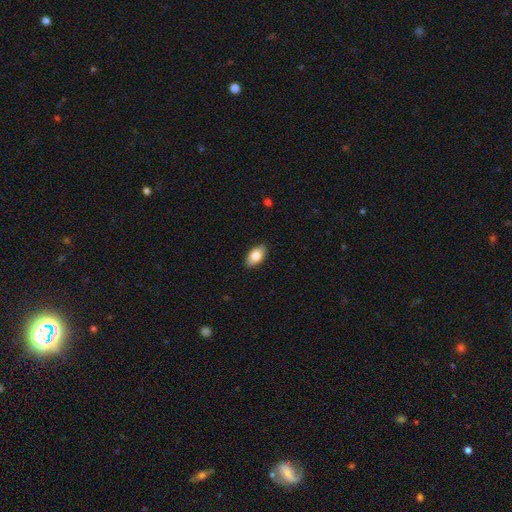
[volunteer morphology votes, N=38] This is clearly a smooth galaxy (95%). How rounded: clearly in between (97%). Merging: clearly none (89%).